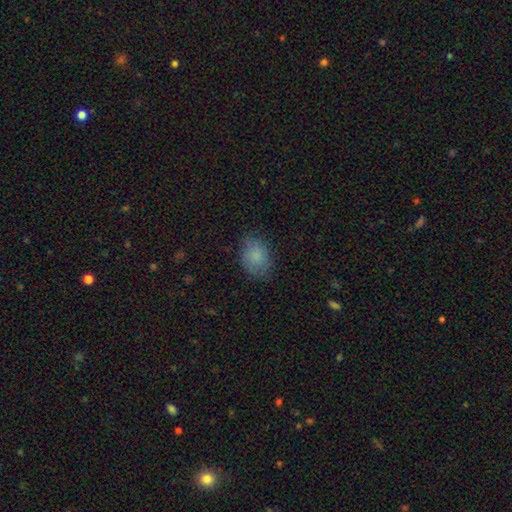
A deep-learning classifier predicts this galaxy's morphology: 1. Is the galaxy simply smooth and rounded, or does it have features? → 80% smooth, 11% featured or disk, 9% star or artifact.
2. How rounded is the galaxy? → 72% in between, 26% round, 1% cigar-shaped.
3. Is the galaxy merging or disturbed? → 74% none, 20% minor disturbance, 6% major disturbance, 1% merger.